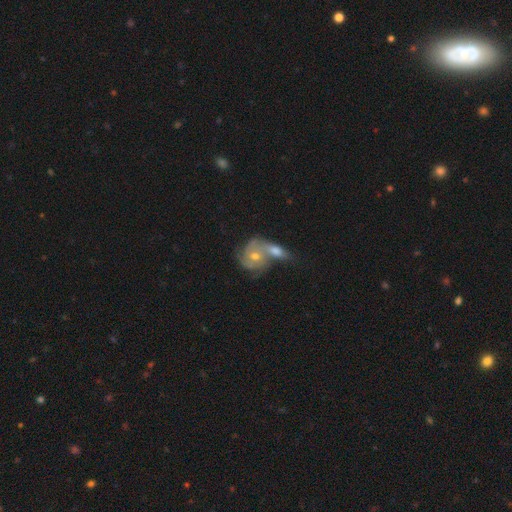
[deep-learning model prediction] smooth-or-featured: featured or disk: 74% | smooth: 18% | star or artifact: 9%
  disk-edge-on: no: 96% | yes: 4%
    bar: no: 69% | weak: 26% | strong: 5%
    has-spiral-arms: yes: 90% | no: 10%
      spiral-winding: tight: 56% | medium: 35% | loose: 9%
      spiral-arm-count: 2: 32% | can't tell: 28% | 3: 25% | 4: 5% | 1: 5% | more than 4: 4%
    bulge-size: moderate: 57% | small: 38% | large: 2% | none: 2% | dominant: 1%
  merging: merger: 49% | none: 35% | minor disturbance: 10% | major disturbance: 5%